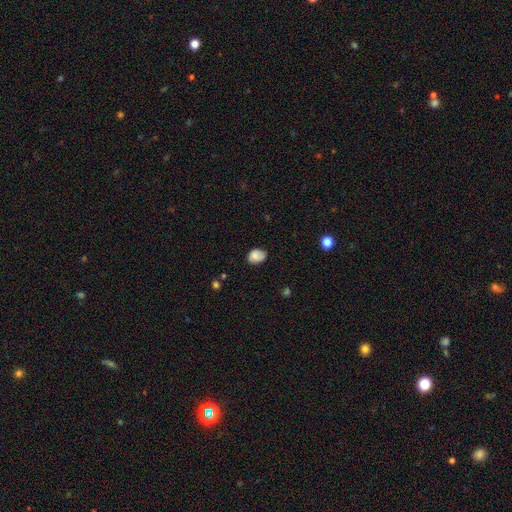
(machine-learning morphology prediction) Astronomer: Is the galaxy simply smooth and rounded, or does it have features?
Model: smooth — 77%.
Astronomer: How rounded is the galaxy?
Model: in between — 62% (runner-up: round, 37%).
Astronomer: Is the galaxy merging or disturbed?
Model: none — 68%.